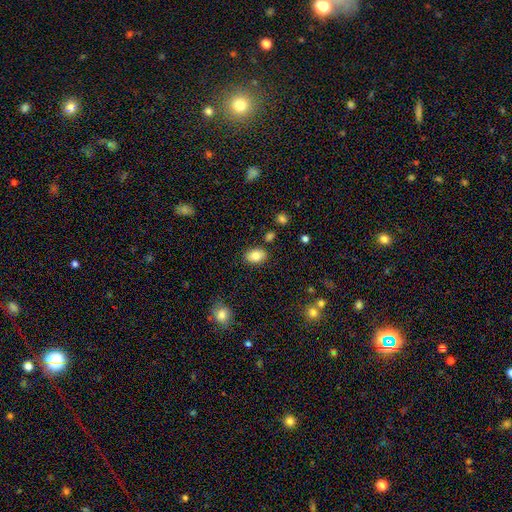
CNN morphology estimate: Overall: smooth (84%). How rounded: in between (85%). Merging: none (85%).